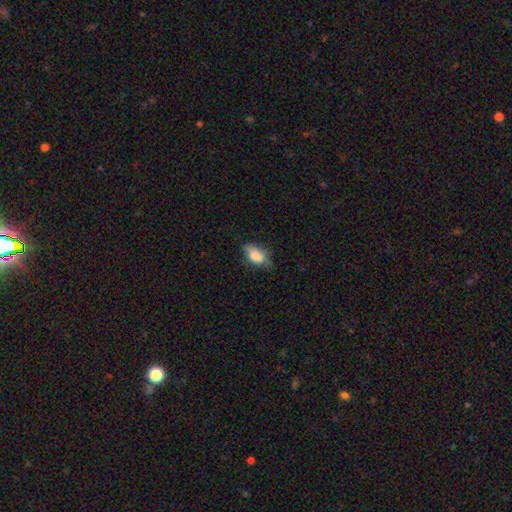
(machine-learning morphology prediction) Smooth or featured? Predicted: smooth (p=0.80). How rounded? Predicted: in between (p=0.90). Merging? Predicted: none (p=0.56).